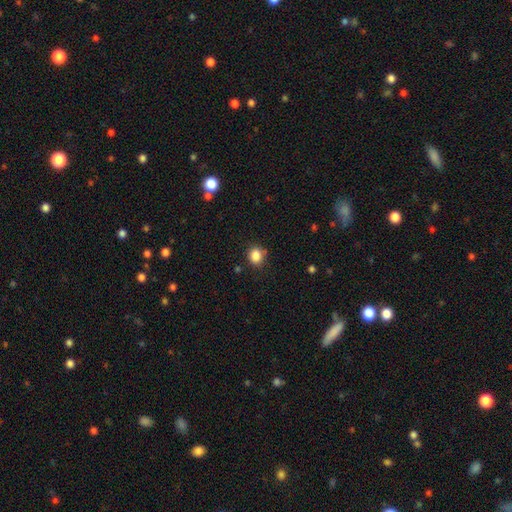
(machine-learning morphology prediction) smooth 85%, star or artifact 11%, featured or disk 4%. Down the decision tree: how rounded — round (72%); merging — none (81%).